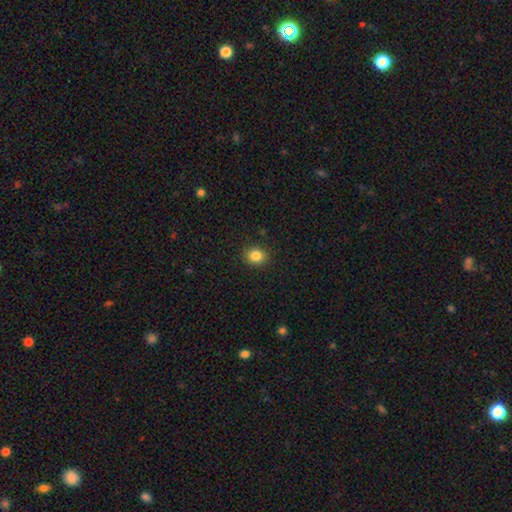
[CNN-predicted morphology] The model was most divided on "how rounded": round: 63%, in between: 36%, cigar-shaped: 1%. More confident: merging — none (90%); smooth or featured — smooth (84%).